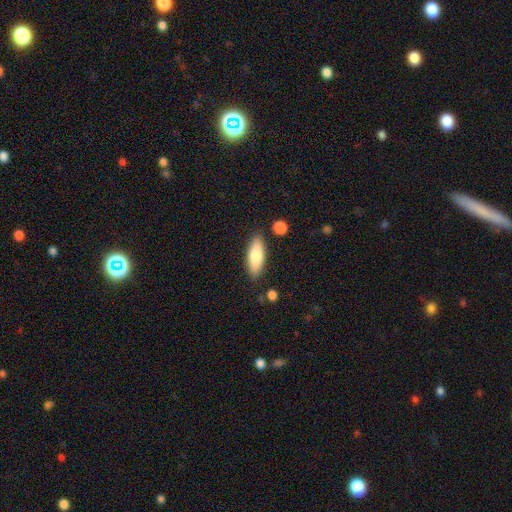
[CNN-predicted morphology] Overall: smooth (77%). How rounded: in between (66%; cigar-shaped 32%). Merging: none (84%).